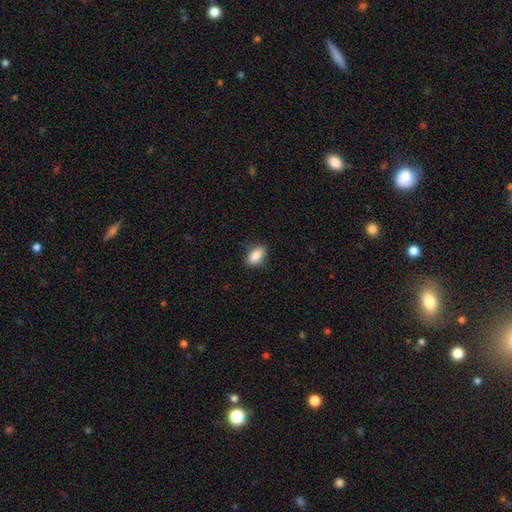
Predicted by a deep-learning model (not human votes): Smooth or featured? smooth (87%)
How rounded? in between (87%)
Merging? none (81%)